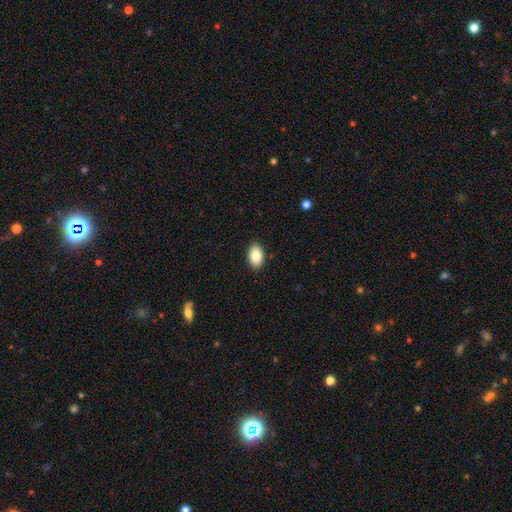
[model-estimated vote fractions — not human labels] Q: Smooth or featured?
A: smooth (87%); runner-up: star or artifact (7%)
Q: How rounded?
A: in between (91%); runner-up: round (8%)
Q: Merging?
A: none (89%); runner-up: minor disturbance (8%)